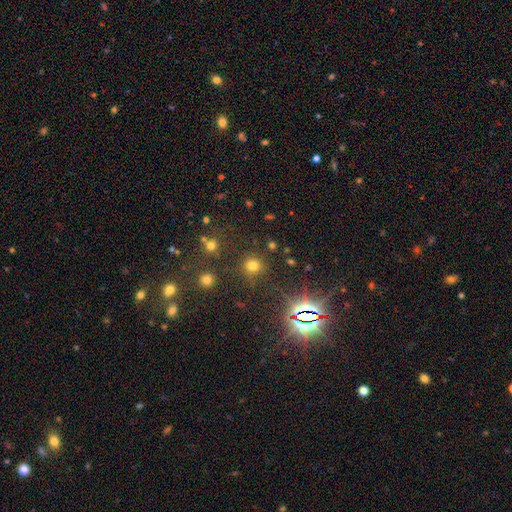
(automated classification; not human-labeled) This appears to be a star or artifact, not a galaxy (73%).